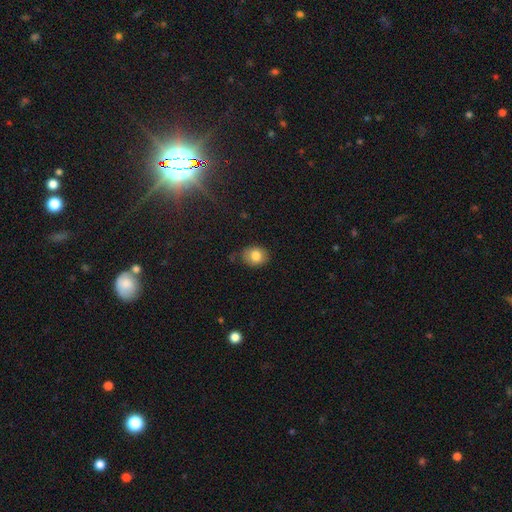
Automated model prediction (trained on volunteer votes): Smooth or featured: smooth — 81% (featured or disk — 9%)
How rounded: round — 54% (in between — 45%)
Merging: none — 77% (minor disturbance — 18%)